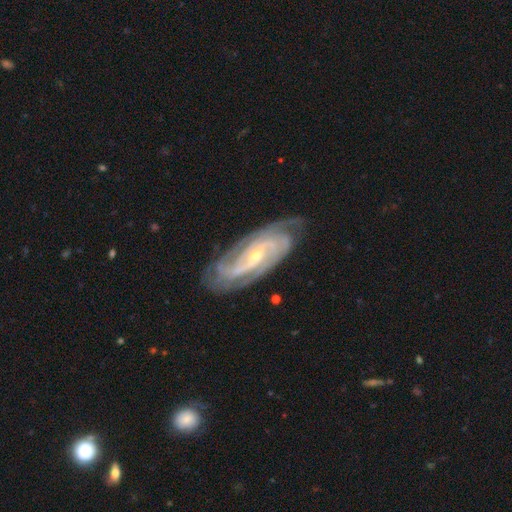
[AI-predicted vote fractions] featured or disk 91%, star or artifact 5%, smooth 4%. Down the decision tree: edge-on disk — no (94%); bar — weak (37%); spiral arms — yes (98%); spiral arm count — 2 (31%); spiral winding — tight (60%); bulge size — small (72%); merging — none (77%).